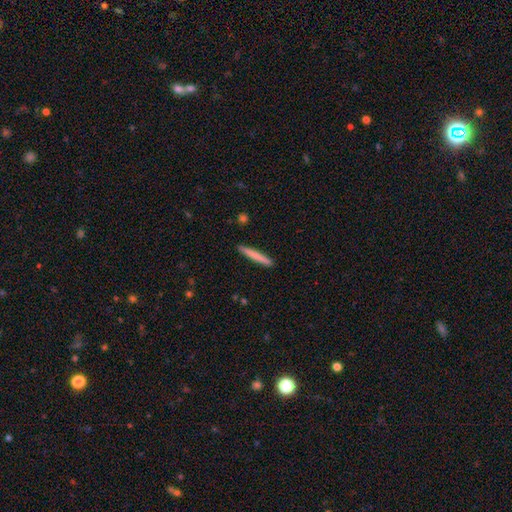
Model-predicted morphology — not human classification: A smooth galaxy with no disk features (76%) that is cigar-shaped (96%).

Vote fractions:
- Smooth or featured? smooth: 76% / featured or disk: 19% / star or artifact: 5%
- How rounded? cigar-shaped: 96% / in between: 3% / round: 1%
- Merging? none: 92% / minor disturbance: 6% / major disturbance: 1% / merger: 1%